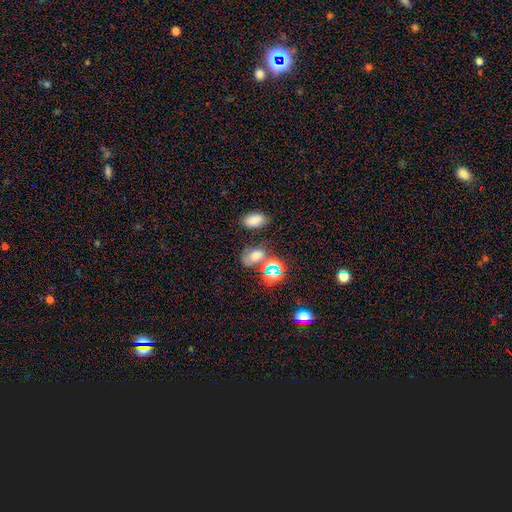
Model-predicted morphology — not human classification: Overall: smooth (54%; star or artifact 33%). How rounded: in between (75%). Merging: none (54%; merger 23%).